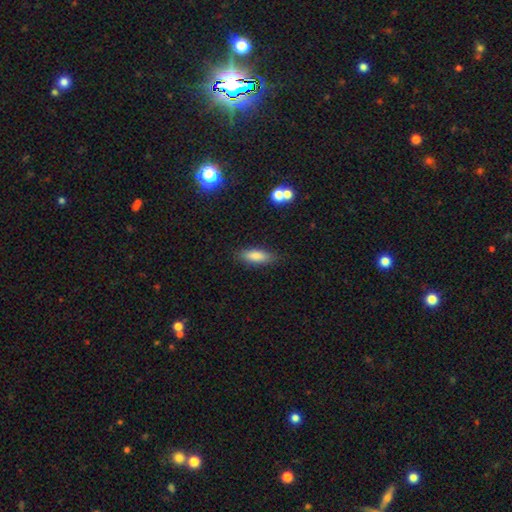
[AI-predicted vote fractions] A smooth galaxy with no disk features (83%) that is in between round and cigar-shaped (64%).

Vote fractions:
- Smooth or featured? smooth: 83% / featured or disk: 10% / star or artifact: 7%
- How rounded? in between: 64% / cigar-shaped: 34% / round: 2%
- Merging? none: 83% / minor disturbance: 12% / major disturbance: 3% / merger: 2%